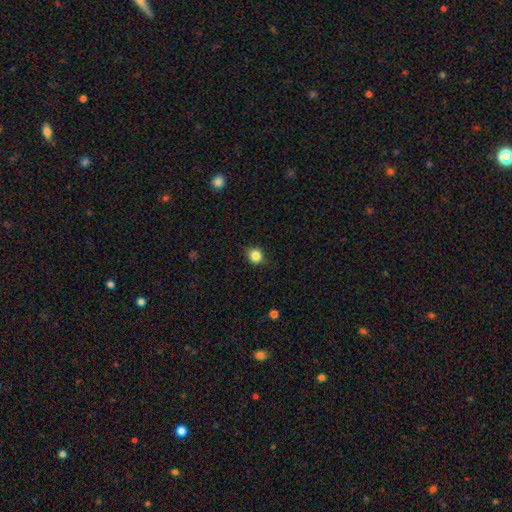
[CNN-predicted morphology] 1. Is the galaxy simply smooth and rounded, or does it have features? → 85% smooth, 11% star or artifact, 5% featured or disk.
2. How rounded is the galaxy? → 82% round, 17% in between, 1% cigar-shaped.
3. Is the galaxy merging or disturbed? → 87% none, 10% minor disturbance, 2% major disturbance, 1% merger.